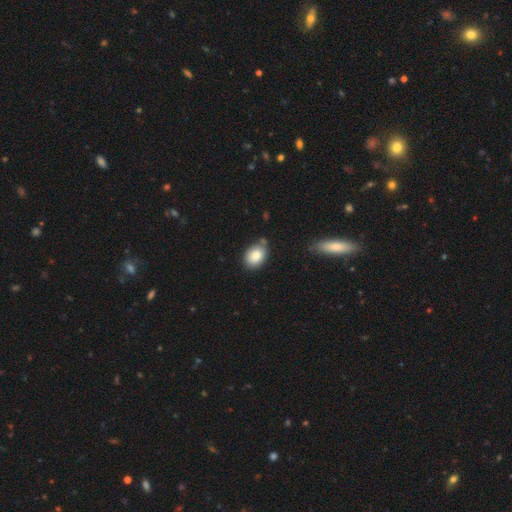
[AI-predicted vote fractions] Smooth or featured? Predicted: smooth (p=0.84). How rounded? Predicted: in between (p=0.74). Merging? Predicted: none (p=0.73).